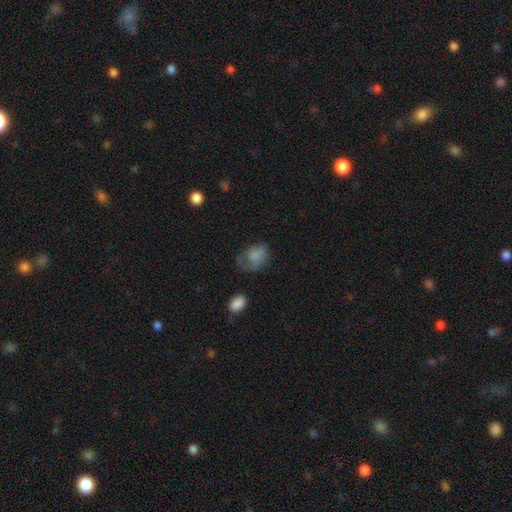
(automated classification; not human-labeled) Overall: smooth (75%). How rounded: in between (58%; round 41%). Merging: none (40%; minor disturbance 30%).